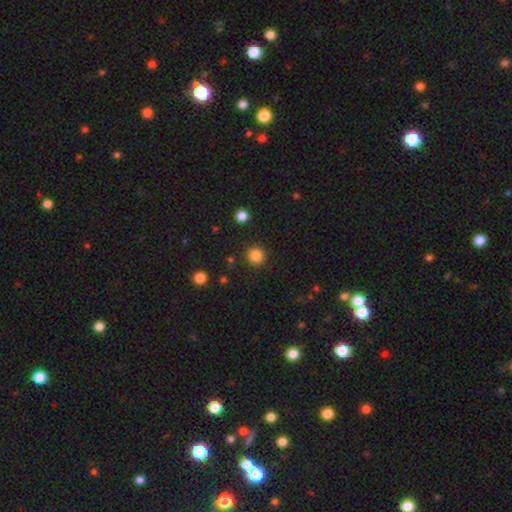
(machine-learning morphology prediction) A smooth galaxy with no disk features (84%) that is round (93%).

Vote fractions:
- Smooth or featured? smooth: 84% / star or artifact: 12% / featured or disk: 4%
- How rounded? round: 93% / in between: 6% / cigar-shaped: 1%
- Merging? none: 90% / minor disturbance: 6% / major disturbance: 2% / merger: 2%